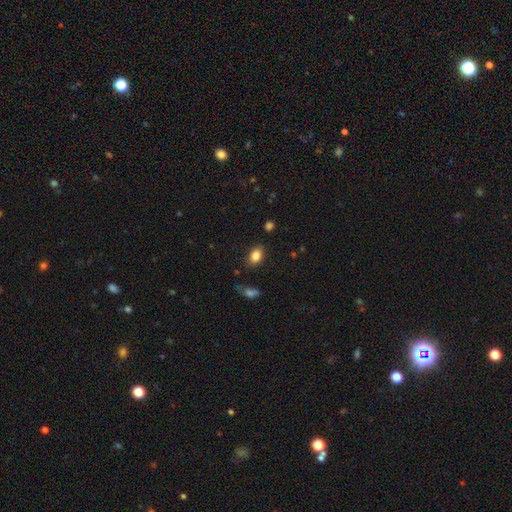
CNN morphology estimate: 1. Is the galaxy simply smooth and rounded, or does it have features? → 85% smooth, 10% star or artifact, 6% featured or disk.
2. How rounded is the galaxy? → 78% in between, 21% round, 1% cigar-shaped.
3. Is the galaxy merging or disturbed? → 83% none, 12% minor disturbance, 3% major disturbance, 2% merger.